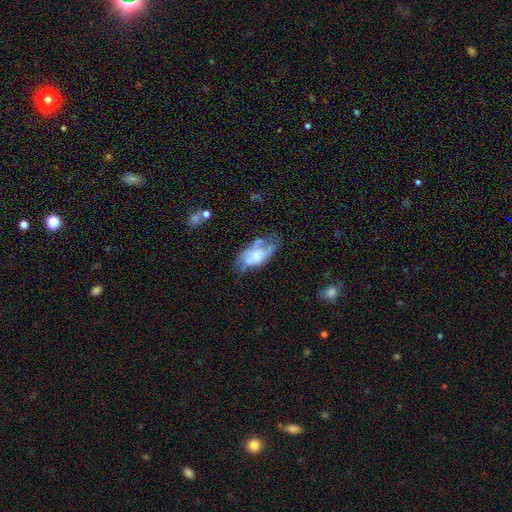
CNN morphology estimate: smooth-or-featured: featured or disk: 60% | smooth: 32% | star or artifact: 9%
  disk-edge-on: no: 94% | yes: 6%
    bar: no: 79% | weak: 17% | strong: 4%
    has-spiral-arms: no: 59% | yes: 41%
    bulge-size: moderate: 44% | small: 33% | none: 12% | large: 9% | dominant: 2%
  merging: none: 38% | minor disturbance: 26% | major disturbance: 25% | merger: 12%